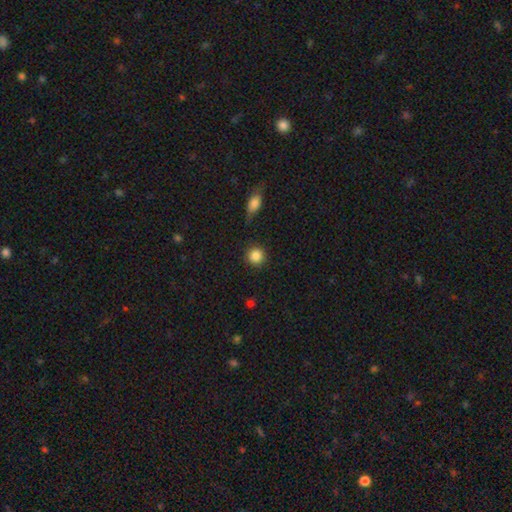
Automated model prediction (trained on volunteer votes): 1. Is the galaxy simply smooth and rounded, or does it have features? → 87% smooth, 9% star or artifact, 4% featured or disk.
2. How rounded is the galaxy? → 94% round, 5% in between, 1% cigar-shaped.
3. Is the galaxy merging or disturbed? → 88% none, 7% minor disturbance, 3% major disturbance, 2% merger.